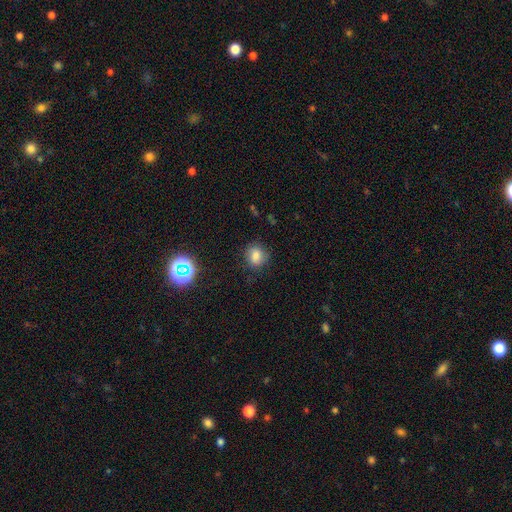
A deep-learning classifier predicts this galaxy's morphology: smooth 74%, star or artifact 15%, featured or disk 11%. Down the decision tree: how rounded — round (68%); merging — none (77%).